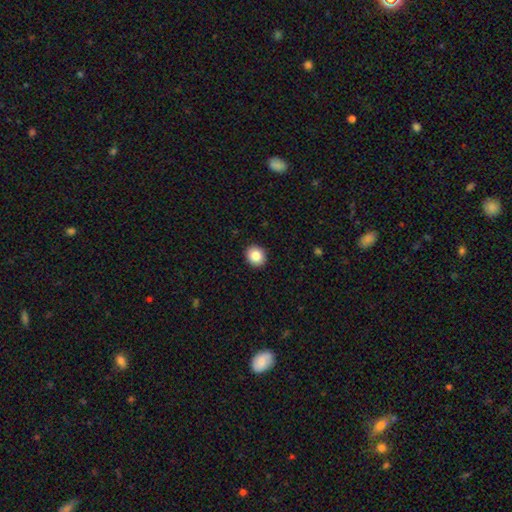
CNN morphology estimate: The model was most divided on "how rounded": round: 72%, in between: 27%, cigar-shaped: 1%. More confident: merging — none (92%); smooth or featured — smooth (85%).